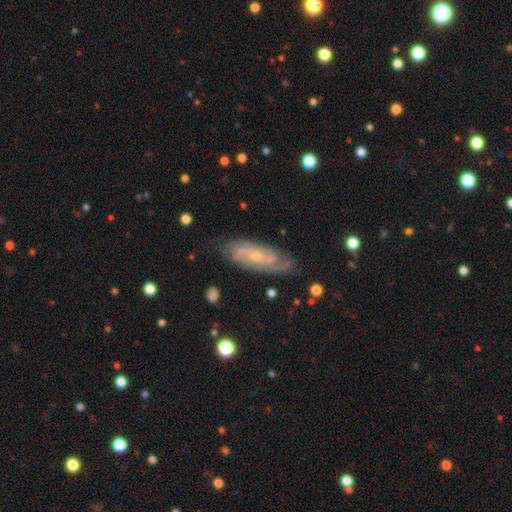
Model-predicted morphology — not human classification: Smooth or featured? Predicted: featured or disk (p=0.80). Edge-on disk? Predicted: no (p=0.90). Bar? Predicted: no (p=0.61). Spiral arms? Predicted: yes (p=0.95). Spiral winding? Predicted: tight (p=0.50). Spiral arm count? Predicted: 2 (p=0.54). Bulge size? Predicted: small (p=0.66). Merging? Predicted: none (p=0.78).